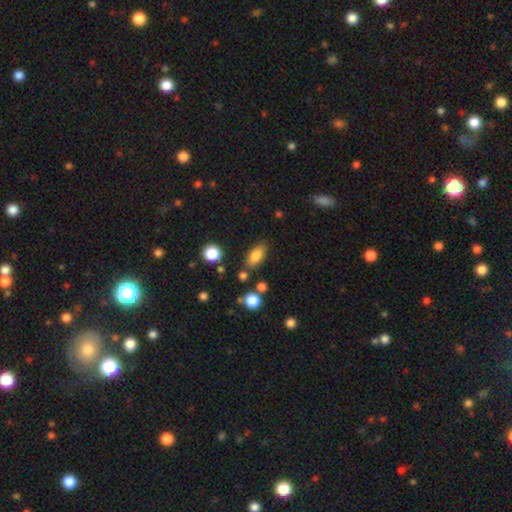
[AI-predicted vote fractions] smooth_or_featured: smooth (p=0.81) [alt: featured or disk p=0.10]
how_rounded: in between (p=0.85) [alt: cigar-shaped p=0.09]
merging: none (p=0.76) [alt: minor disturbance p=0.14]